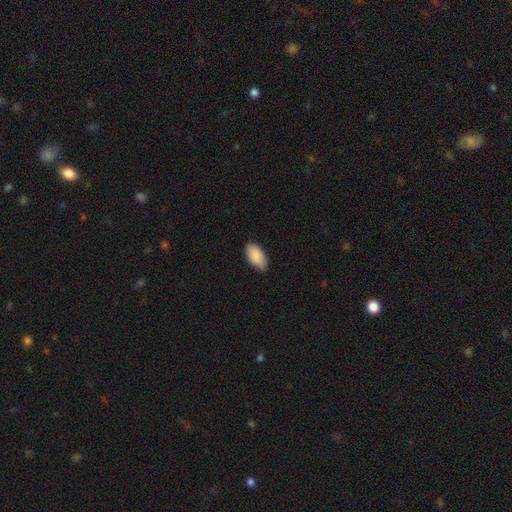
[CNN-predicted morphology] Smooth or featured?
  - smooth: 89% *
  - star or artifact: 6%
  - featured or disk: 4%
How rounded?
  - in between: 95% *
  - cigar-shaped: 3%
  - round: 2%
Merging?
  - none: 78% *
  - minor disturbance: 18%
  - major disturbance: 2%
  - merger: 1%